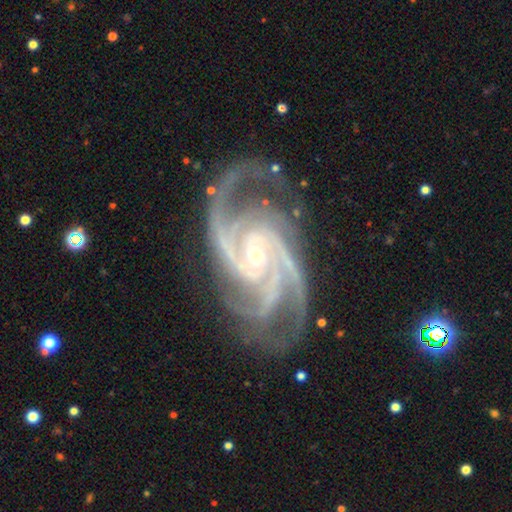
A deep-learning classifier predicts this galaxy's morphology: Smooth or featured?
  - featured or disk: 93% *
  - star or artifact: 4%
  - smooth: 2%
Edge-on disk?
  - no: 98% *
  - yes: 2%
Bar?
  - no: 54% *
  - weak: 30%
  - strong: 16%
Spiral arms?
  - yes: 99% *
  - no: 1%
Spiral winding?
  - tight: 50% *
  - medium: 44%
  - loose: 6%
Spiral arm count?
  - 3: 38% *
  - 4: 26%
  - 2: 14%
  - can't tell: 8%
  - more than 4: 8%
  - 1: 7%
Bulge size?
  - small: 76% *
  - moderate: 20%
  - none: 2%
  - large: 1%
  - dominant: 1%
Merging?
  - none: 75% *
  - minor disturbance: 16%
  - major disturbance: 8%
  - merger: 1%